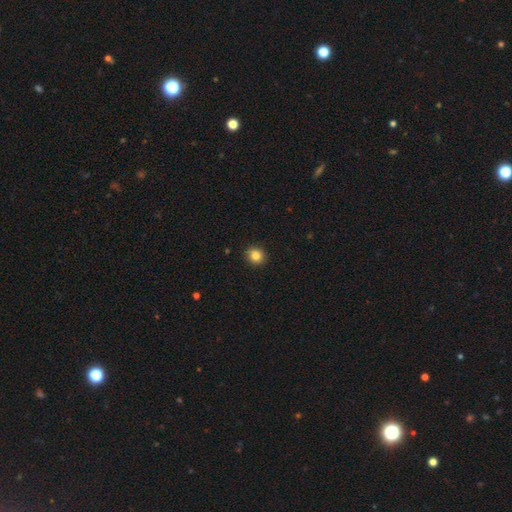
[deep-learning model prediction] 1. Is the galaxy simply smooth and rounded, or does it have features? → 84% smooth, 11% star or artifact, 6% featured or disk.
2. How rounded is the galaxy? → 87% round, 12% in between, 1% cigar-shaped.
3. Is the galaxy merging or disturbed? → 92% none, 6% minor disturbance, 2% major disturbance, 1% merger.